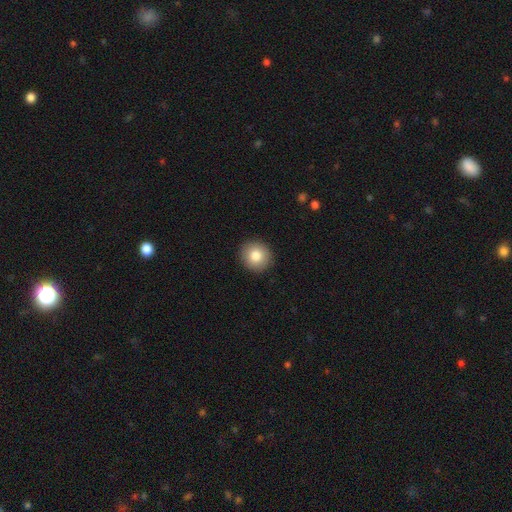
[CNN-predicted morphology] A smooth galaxy with no disk features (82%) that is round (90%). Merging: none (92%).